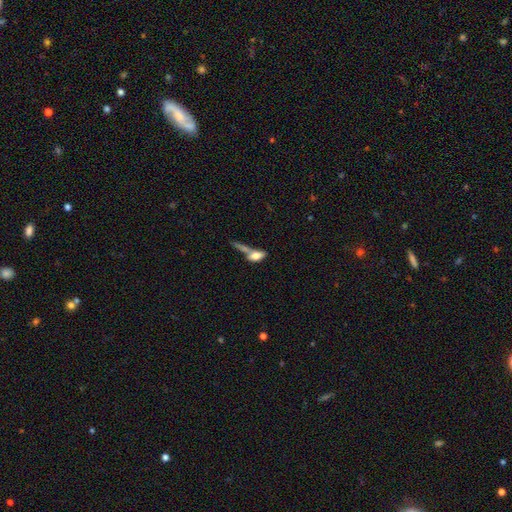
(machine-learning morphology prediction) smooth 63%, featured or disk 28%, star or artifact 9%. Down the decision tree: how rounded — in between (70%); merging — merger (45%).